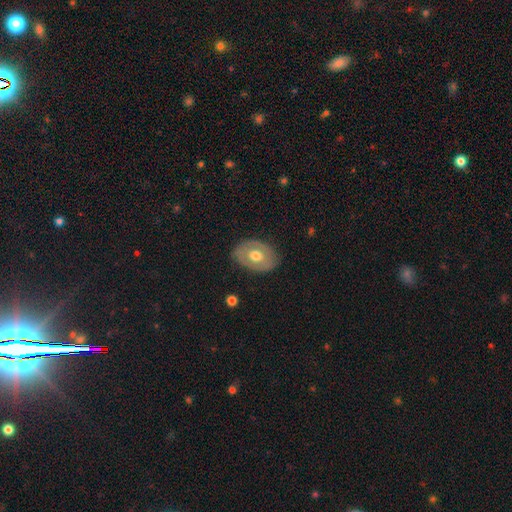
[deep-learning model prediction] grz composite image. It shows a smooth galaxy with no disk features (47%, tied with featured or disk). Merging: none (82%).